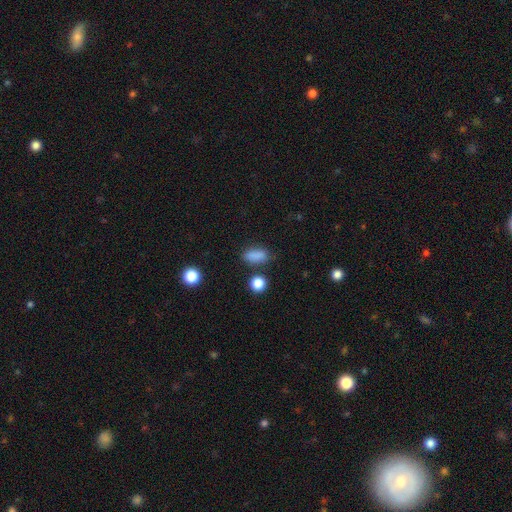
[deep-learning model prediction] A smooth galaxy with no disk features (84%) that is in between round and cigar-shaped (78%). Merging: none (77%).